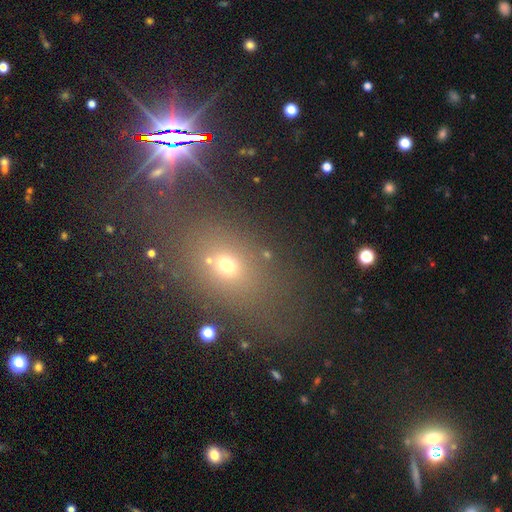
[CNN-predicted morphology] star or artifact 43%, smooth 42%, featured or disk 15%.